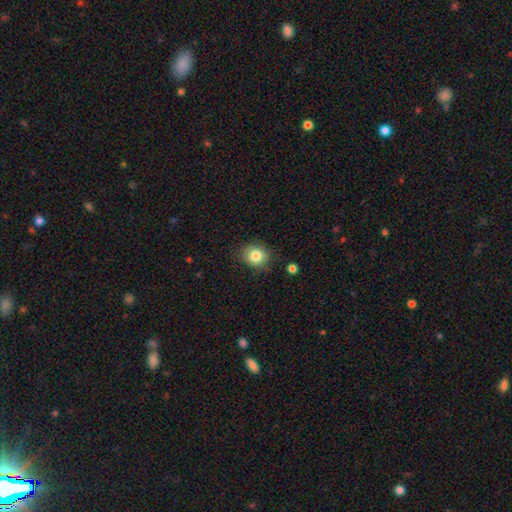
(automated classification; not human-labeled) The model was most divided on "how rounded": round: 67%, in between: 32%, cigar-shaped: 1%. More confident: smooth or featured — smooth (81%); merging — none (81%).